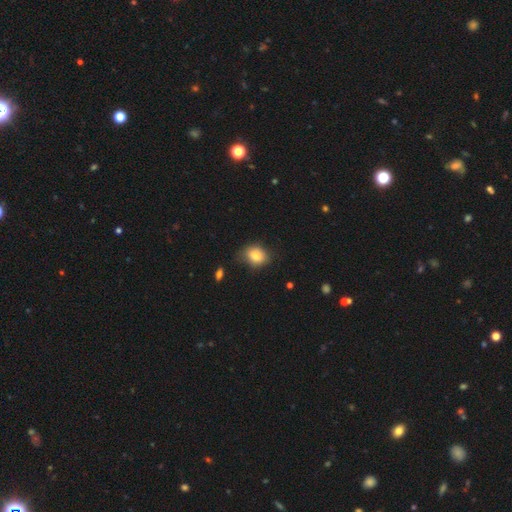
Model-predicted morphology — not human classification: This appears to be a smooth galaxy with no disk features (81%) that is in between round and cigar-shaped (52%). Merging: none (68%).